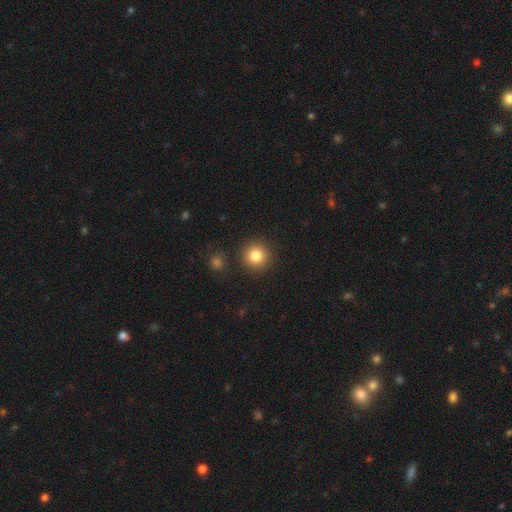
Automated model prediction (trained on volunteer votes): A smooth galaxy with no disk features (84%) that is round (94%).

Vote fractions:
- Smooth or featured? smooth: 84% / star or artifact: 10% / featured or disk: 6%
- How rounded? round: 94% / in between: 5% / cigar-shaped: 1%
- Merging? none: 88% / minor disturbance: 6% / merger: 3% / major disturbance: 3%